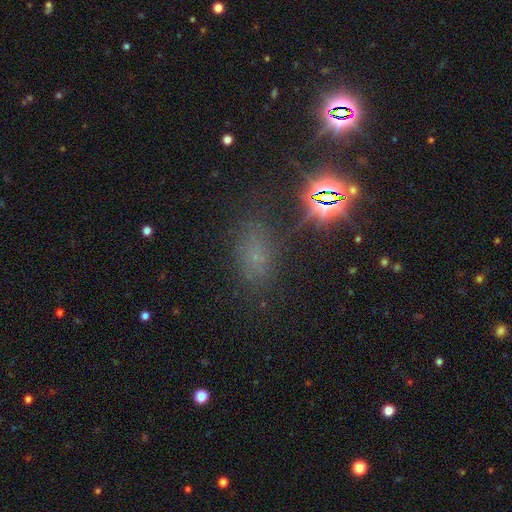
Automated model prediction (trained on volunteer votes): smooth_or_featured: smooth (p=0.47) [alt: star or artifact p=0.40]
merging: none (p=0.70) [alt: minor disturbance p=0.17]